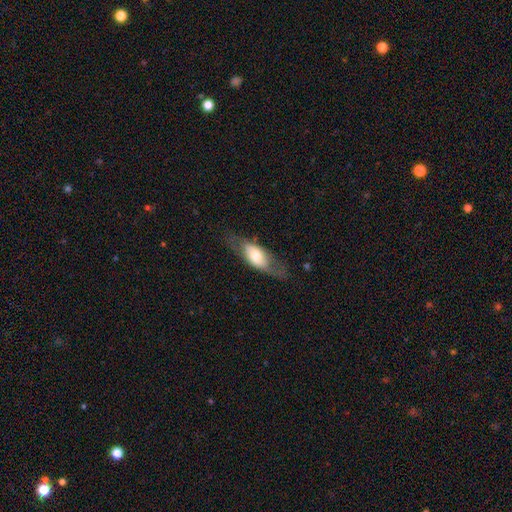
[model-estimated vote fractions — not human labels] smooth-or-featured: smooth: 49% | featured or disk: 45% | star or artifact: 6%
  merging: none: 70% | minor disturbance: 18% | major disturbance: 11% | merger: 1%